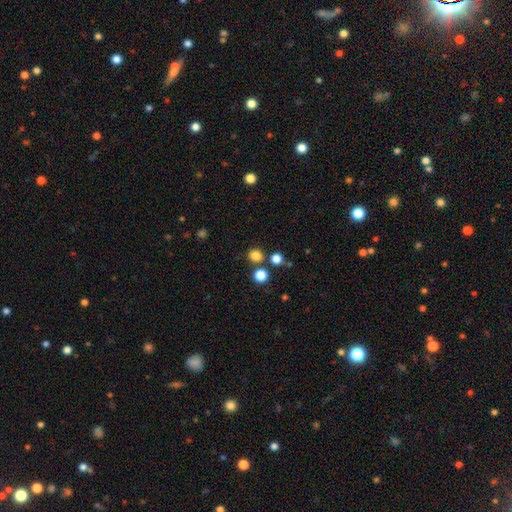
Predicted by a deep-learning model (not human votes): Q: Smooth or featured?
A: smooth (81%); runner-up: star or artifact (15%)
Q: How rounded?
A: round (87%); runner-up: in between (12%)
Q: Merging?
A: none (79%); runner-up: merger (10%)